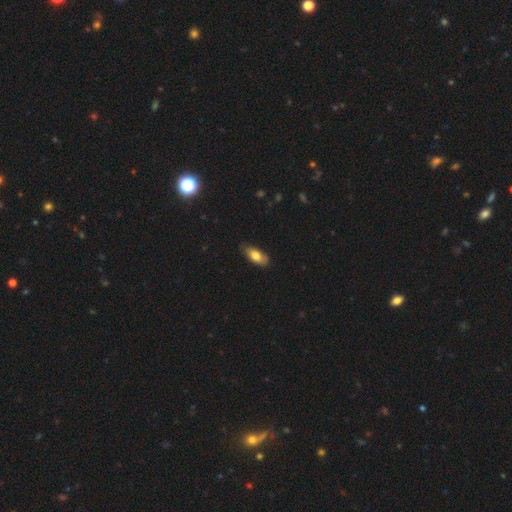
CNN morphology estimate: Smooth or featured? Predicted: smooth (p=0.76). How rounded? Predicted: in between (p=0.84). Merging? Predicted: none (p=0.78).